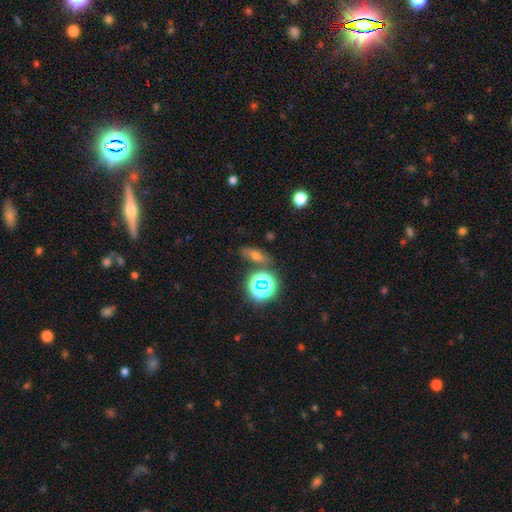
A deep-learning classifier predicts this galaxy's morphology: Q: Smooth or featured?
A: smooth (51%); runner-up: star or artifact (28%)
Q: How rounded?
A: in between (56%); runner-up: cigar-shaped (25%)
Q: Merging?
A: none (75%); runner-up: minor disturbance (13%)